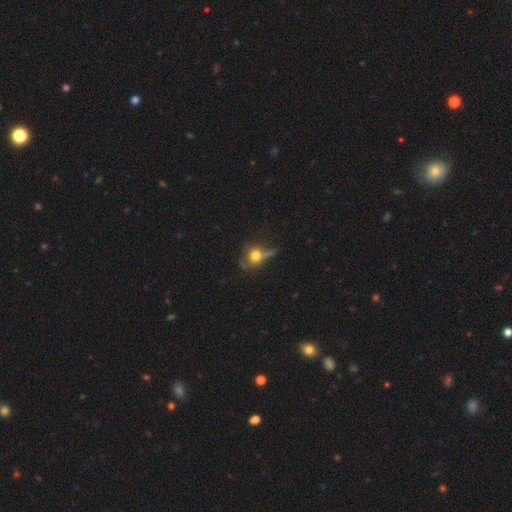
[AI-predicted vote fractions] Smooth or featured: smooth — 57% (featured or disk — 29%)
How rounded: round — 72% (in between — 24%)
Merging: none — 46% (minor disturbance — 23%)